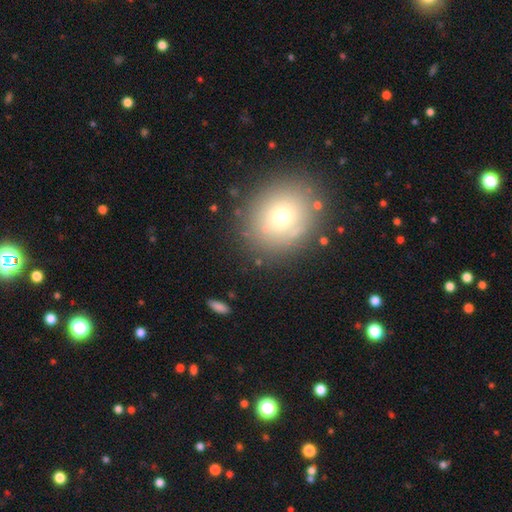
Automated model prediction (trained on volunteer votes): Smooth or featured? smooth (49%)
Merging? none (87%)